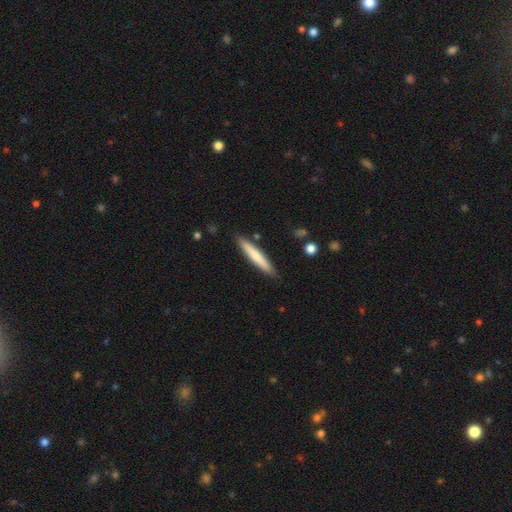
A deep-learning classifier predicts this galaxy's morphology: type=smooth (64%); roundness=cigar-shaped (93%); merging=none (88%).